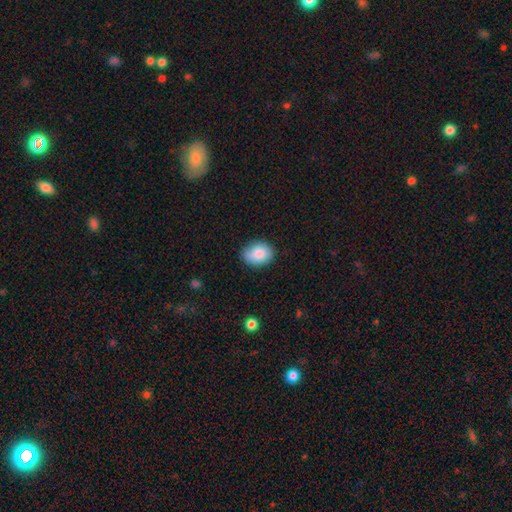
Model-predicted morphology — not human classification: smooth_or_featured: smooth (p=0.86) [alt: star or artifact p=0.07]
how_rounded: in between (p=0.63) [alt: round p=0.36]
merging: none (p=0.80) [alt: minor disturbance p=0.16]